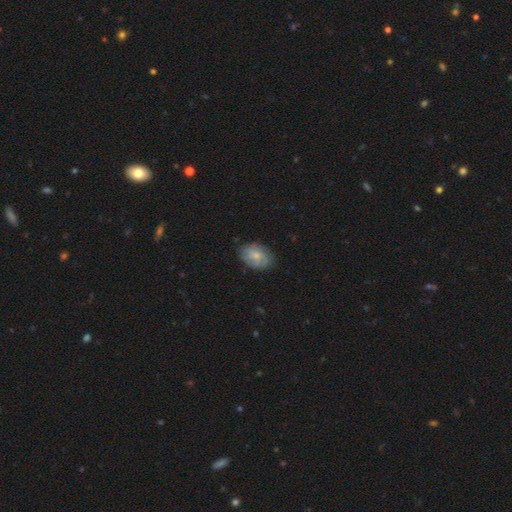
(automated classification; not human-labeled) This is possibly a smooth galaxy (53%). How rounded: likely in between (79%). Merging: likely none (76%).